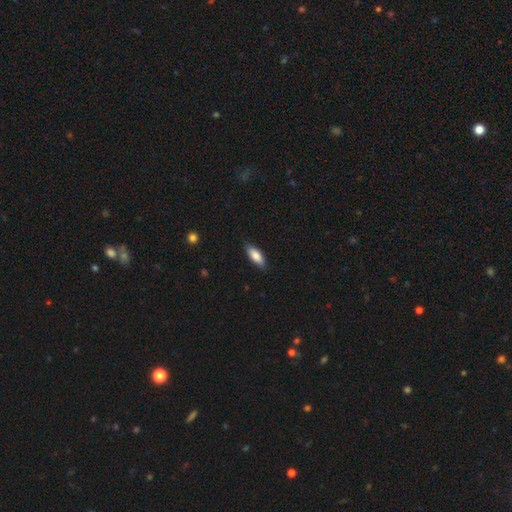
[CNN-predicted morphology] A smooth galaxy with no disk features (83%) that is in between round and cigar-shaped (74%).

Vote fractions:
- Smooth or featured? smooth: 83% / featured or disk: 11% / star or artifact: 6%
- How rounded? in between: 74% / cigar-shaped: 24% / round: 2%
- Merging? none: 84% / minor disturbance: 12% / major disturbance: 2% / merger: 1%